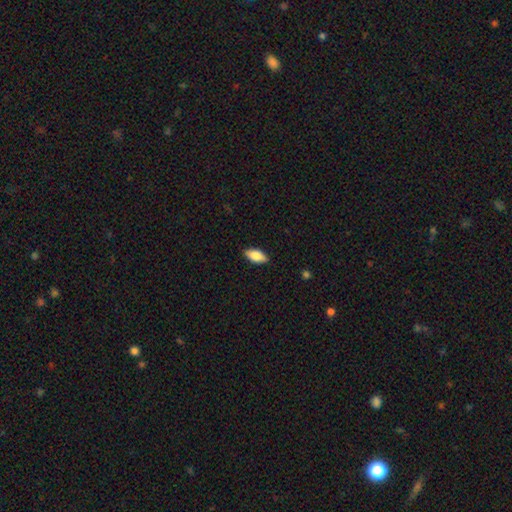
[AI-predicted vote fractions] A smooth galaxy with no disk features (82%) that is in between round and cigar-shaped (88%). Merging: none (88%).